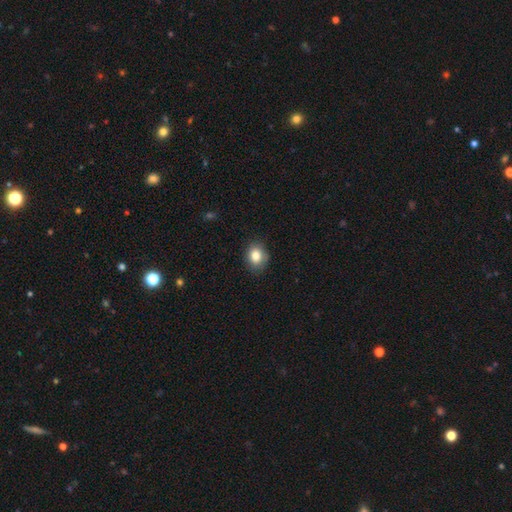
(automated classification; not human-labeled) Smooth or featured? smooth (83%)
How rounded? round (51%)
Merging? none (83%)